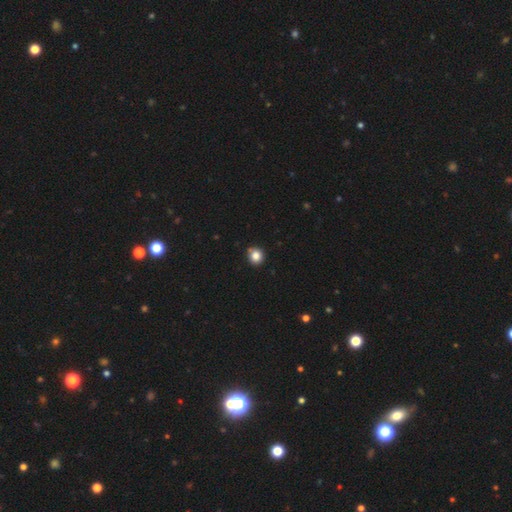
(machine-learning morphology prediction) type=smooth (84%); roundness=round (91%); merging=none (84%).